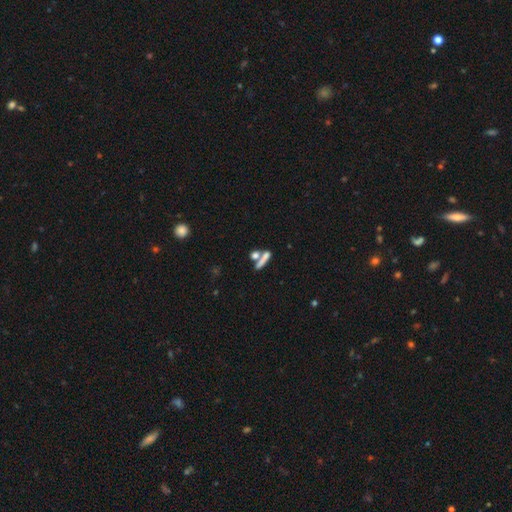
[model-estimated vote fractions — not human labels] smooth_or_featured: smooth (p=0.47) [alt: star or artifact p=0.27]
merging: none (p=0.60) [alt: merger p=0.23]